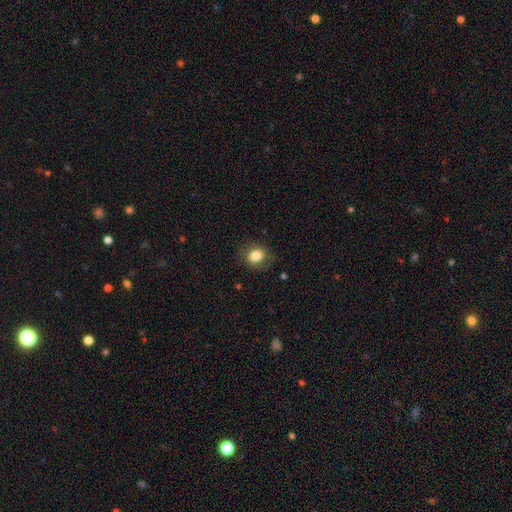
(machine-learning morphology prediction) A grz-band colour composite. It shows a smooth galaxy with no disk features (82%) that is round (65%). Merging: none (80%).